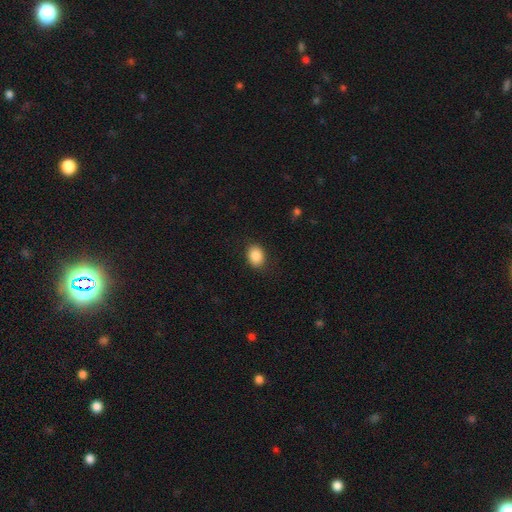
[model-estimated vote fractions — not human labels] A smooth galaxy with no disk features (87%) that is in between round and cigar-shaped (58%).

Vote fractions:
- Smooth or featured? smooth: 87% / star or artifact: 8% / featured or disk: 5%
- How rounded? in between: 58% / round: 41% / cigar-shaped: 1%
- Merging? none: 85% / minor disturbance: 11% / major disturbance: 3% / merger: 1%